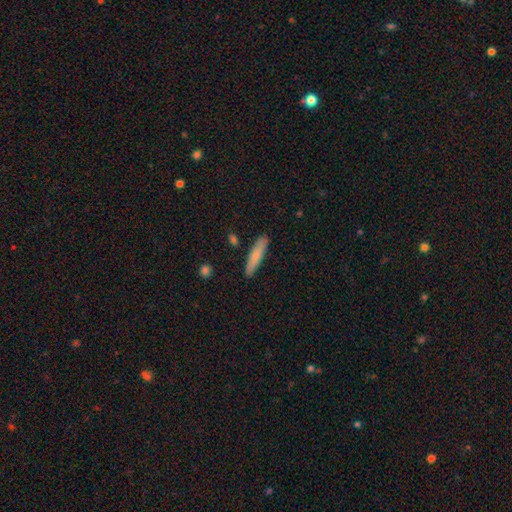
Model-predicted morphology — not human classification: This is likely a smooth galaxy (76%). How rounded: clearly cigar-shaped (85%). Merging: clearly none (86%).